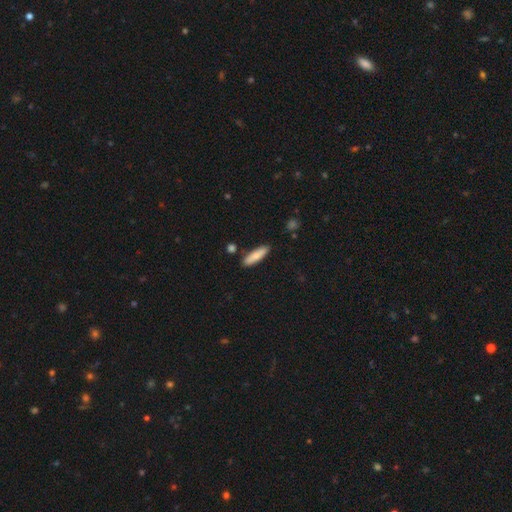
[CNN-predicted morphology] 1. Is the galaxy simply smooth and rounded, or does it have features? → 81% smooth, 13% featured or disk, 6% star or artifact.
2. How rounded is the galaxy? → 68% cigar-shaped, 31% in between, 2% round.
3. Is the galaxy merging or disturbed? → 86% none, 9% minor disturbance, 3% merger, 2% major disturbance.